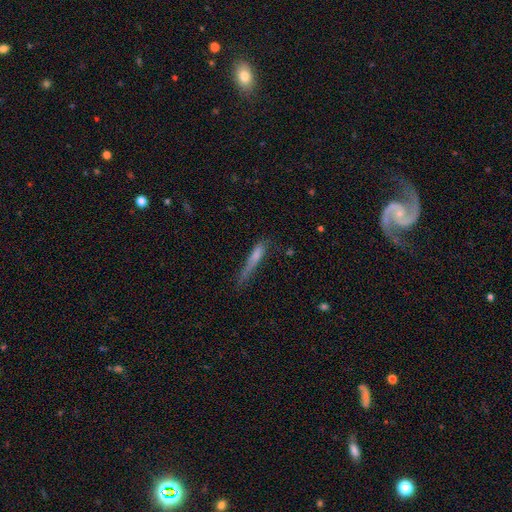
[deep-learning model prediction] This appears to be a smooth galaxy with no disk features (60%) that is cigar-shaped (91%). Merging: none (48%).